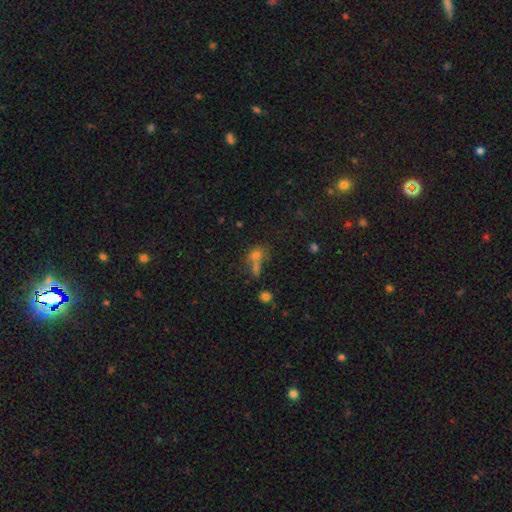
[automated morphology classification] This appears to be a smooth galaxy with no disk features (65%) that is in between round and cigar-shaped (48%, tied with round). Merging: merger (39%, tied with none).